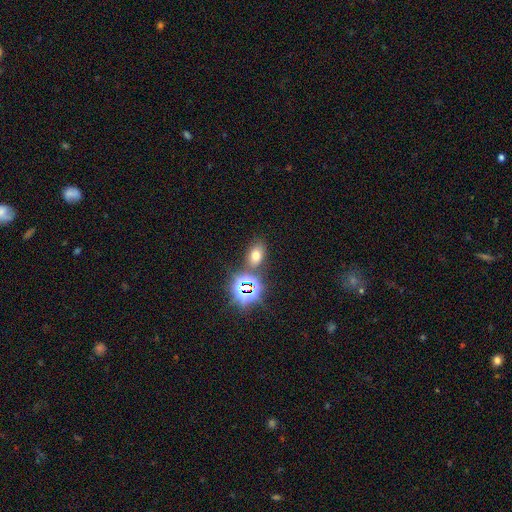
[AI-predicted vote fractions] The model was most divided on "smooth or featured": smooth: 61%, star or artifact: 29%, featured or disk: 10%. More confident: how rounded — in between (76%); merging — none (75%).